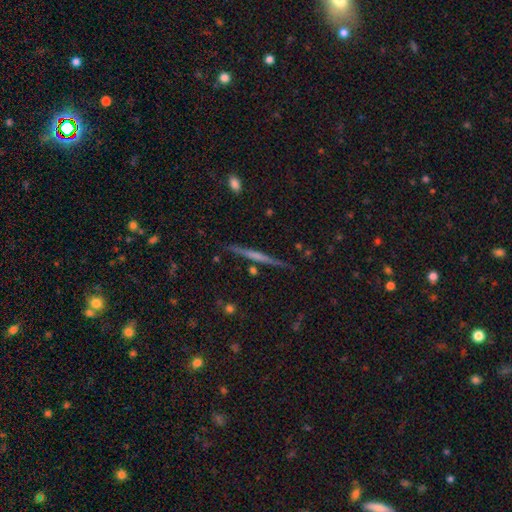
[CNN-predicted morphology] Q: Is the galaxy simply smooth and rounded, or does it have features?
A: featured or disk — 61%.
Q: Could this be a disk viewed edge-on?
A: yes — 98%.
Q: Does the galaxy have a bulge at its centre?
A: none — 68%.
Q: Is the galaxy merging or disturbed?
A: none — 89%.